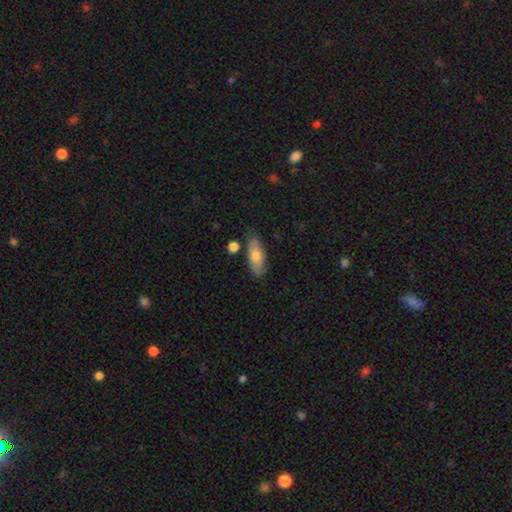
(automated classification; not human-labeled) smooth-or-featured: smooth: 72% | featured or disk: 22% | star or artifact: 6%
  how-rounded: in between: 75% | cigar-shaped: 22% | round: 3%
  merging: none: 77% | minor disturbance: 16% | merger: 5% | major disturbance: 3%